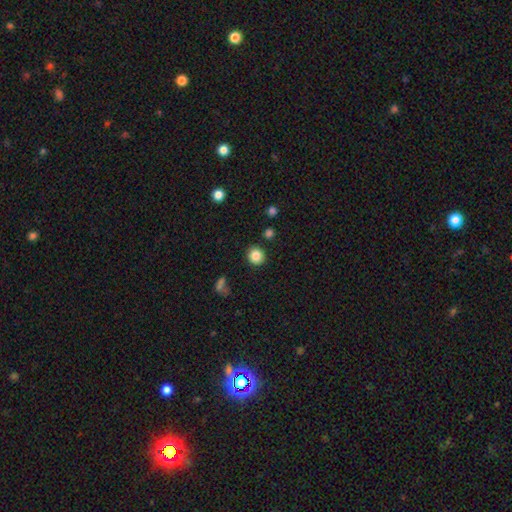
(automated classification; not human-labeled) Overall: smooth (86%). How rounded: round (88%). Merging: none (88%).